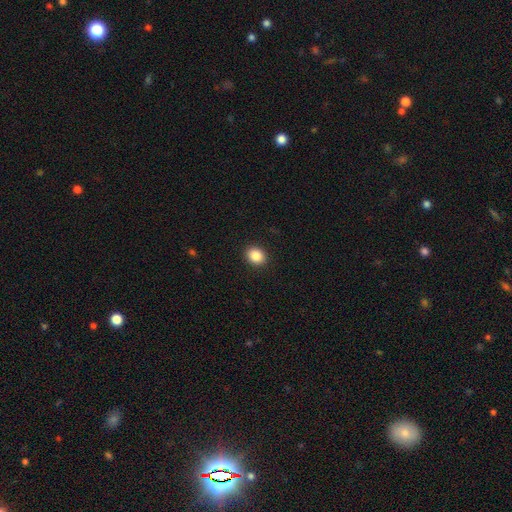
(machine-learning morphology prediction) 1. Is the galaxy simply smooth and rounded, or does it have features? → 87% smooth, 9% star or artifact, 4% featured or disk.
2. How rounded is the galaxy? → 62% round, 38% in between, 1% cigar-shaped.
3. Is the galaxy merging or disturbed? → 92% none, 6% minor disturbance, 2% major disturbance, 1% merger.